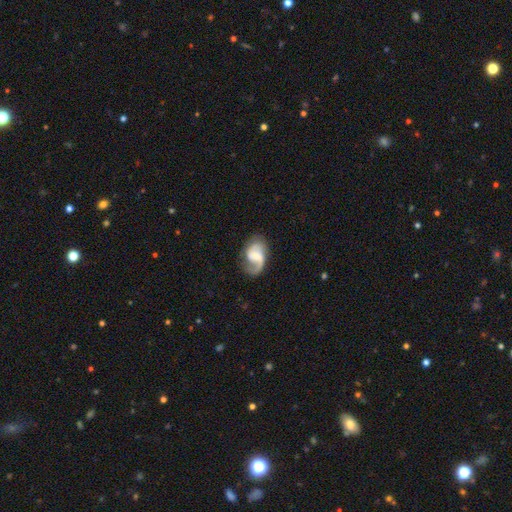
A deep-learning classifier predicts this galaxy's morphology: Q: Smooth or featured?
A: featured or disk (80%); runner-up: smooth (14%)
Q: Edge-on disk?
A: no (98%); runner-up: yes (2%)
Q: Bar?
A: weak (47%); runner-up: no (42%)
Q: Spiral arms?
A: yes (95%); runner-up: no (5%)
Q: Spiral winding?
A: medium (44%); runner-up: loose (42%)
Q: Spiral arm count?
A: 2 (72%); runner-up: 1 (21%)
Q: Bulge size?
A: small (44%); runner-up: moderate (39%)
Q: Merging?
A: none (62%); runner-up: minor disturbance (22%)